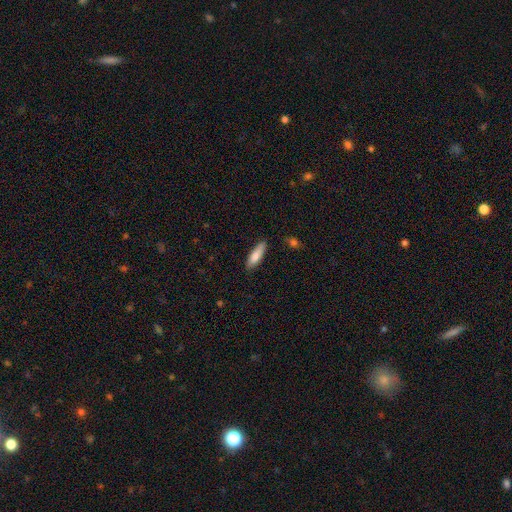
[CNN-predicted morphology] A smooth galaxy with no disk features (82%) that is cigar-shaped (60%).

Vote fractions:
- Smooth or featured? smooth: 82% / featured or disk: 12% / star or artifact: 6%
- How rounded? cigar-shaped: 60% / in between: 38% / round: 2%
- Merging? none: 82% / minor disturbance: 14% / major disturbance: 2% / merger: 1%